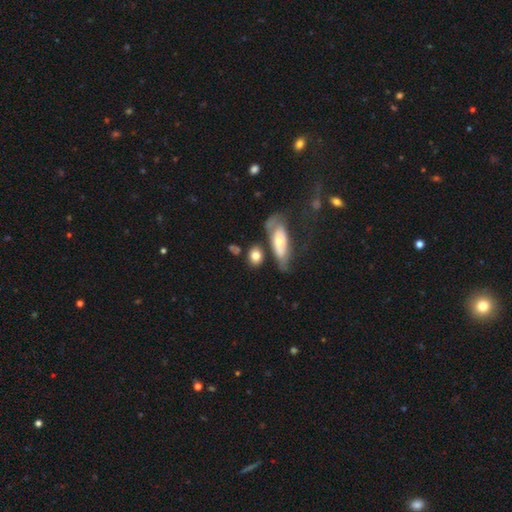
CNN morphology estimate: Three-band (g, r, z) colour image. It shows a smooth galaxy with no disk features (72%) that is in between round and cigar-shaped (48%). Merging: none (58%).